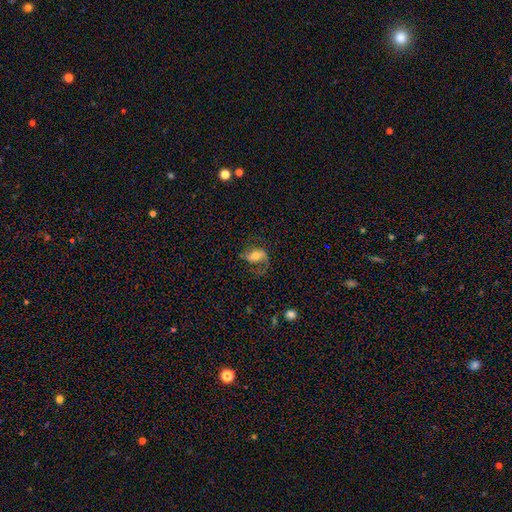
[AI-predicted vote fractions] Smooth or featured? featured or disk (56%)
Edge-on disk? no (94%)
Bar? no (35%)
Spiral arms? yes (81%)
Bulge size? moderate (62%)
Merging? none (51%)